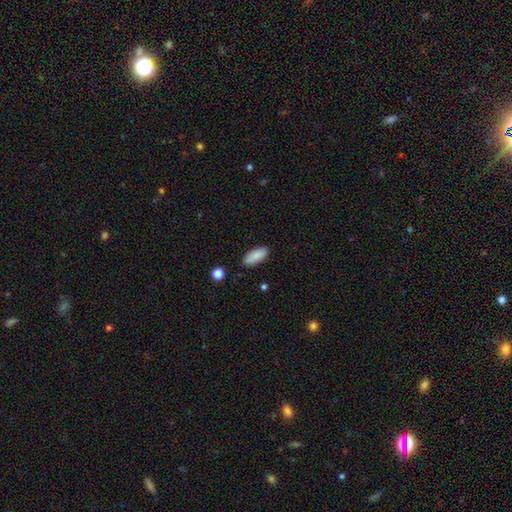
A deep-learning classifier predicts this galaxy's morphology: smooth_or_featured: smooth (p=0.86) [alt: featured or disk p=0.07]
how_rounded: in between (p=0.82) [alt: cigar-shaped p=0.16]
merging: none (p=0.86) [alt: minor disturbance p=0.10]